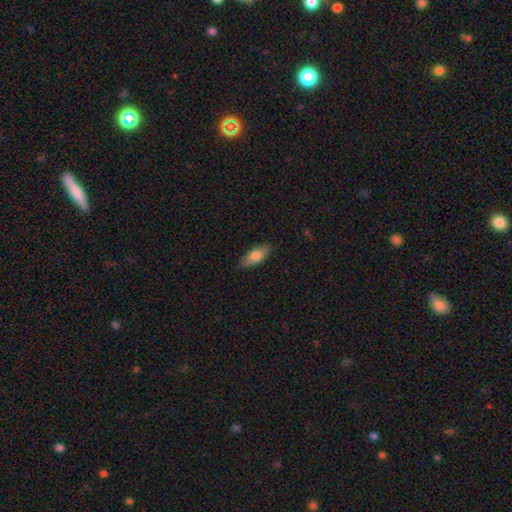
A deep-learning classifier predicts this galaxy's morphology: smooth-or-featured: smooth: 76% | featured or disk: 17% | star or artifact: 6%
  how-rounded: in between: 80% | cigar-shaped: 17% | round: 3%
  merging: none: 86% | minor disturbance: 11% | major disturbance: 2% | merger: 1%